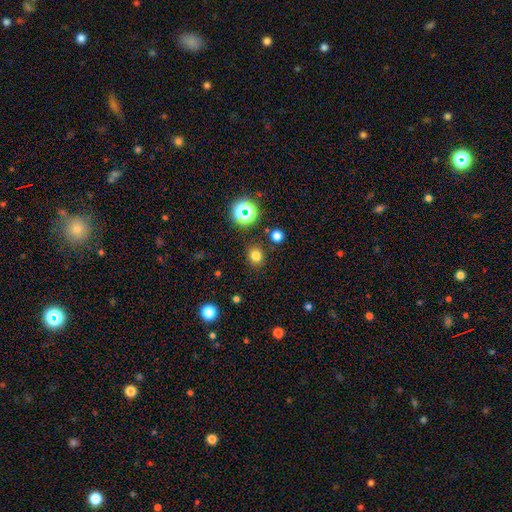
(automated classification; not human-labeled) smooth_or_featured: smooth (p=0.75) [alt: star or artifact p=0.19]
how_rounded: round (p=0.77) [alt: in between p=0.22]
merging: none (p=0.86) [alt: minor disturbance p=0.08]